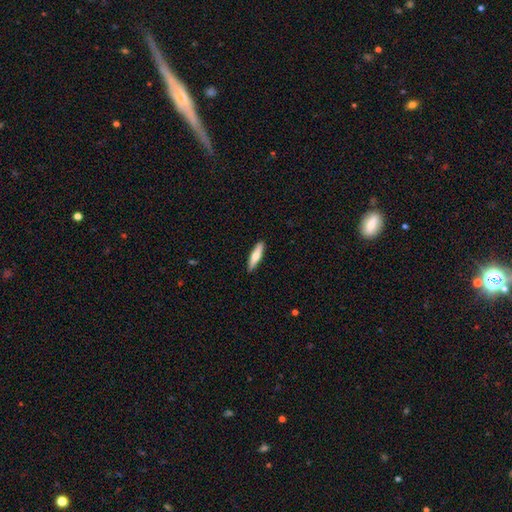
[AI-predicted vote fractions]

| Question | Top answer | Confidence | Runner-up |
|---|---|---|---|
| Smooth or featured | smooth | 63% | featured or disk (32%) |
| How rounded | cigar-shaped | 79% | in between (20%) |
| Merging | none | 90% | minor disturbance (8%) |